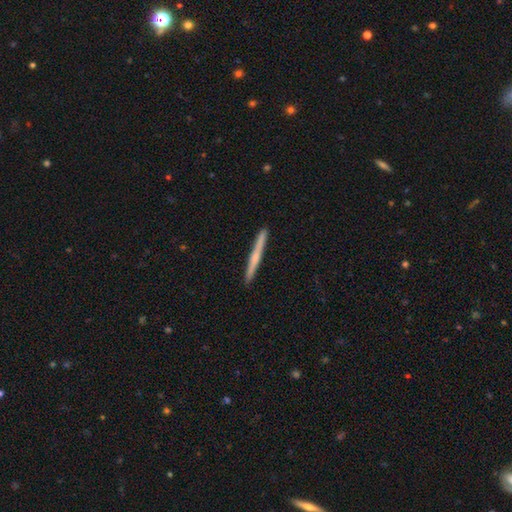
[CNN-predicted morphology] This appears to be a featured or disk galaxy (51%) viewed edge-on (98%) with no central bulge (56%). Merging: none (92%).